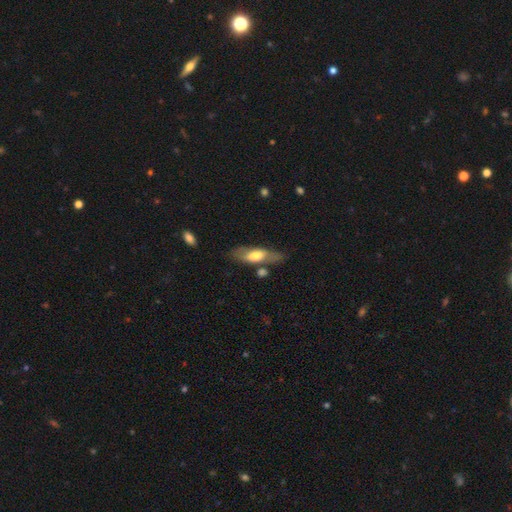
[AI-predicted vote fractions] A smooth galaxy with no disk features (56%) that is in between round and cigar-shaped (60%).

Vote fractions:
- Smooth or featured? smooth: 56% / featured or disk: 38% / star or artifact: 6%
- How rounded? in between: 60% / cigar-shaped: 37% / round: 3%
- Merging? none: 66% / minor disturbance: 18% / merger: 9% / major disturbance: 7%